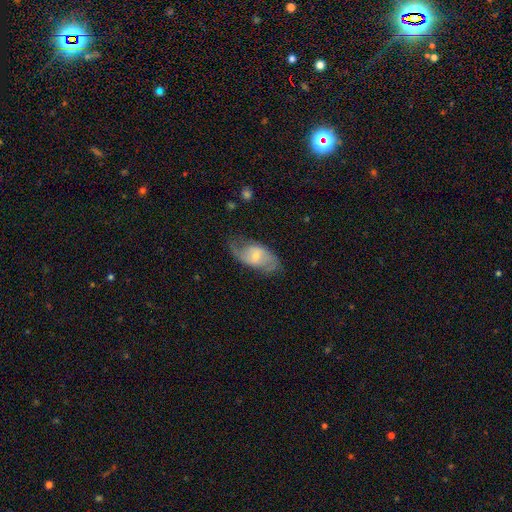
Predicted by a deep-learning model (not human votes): The model was most divided on "spiral winding": loose: 43%, medium: 42%, tight: 15%. Remaining: edge-on disk — no (95%); spiral arms — yes (88%); spiral arm count — 2 (84%); smooth or featured — featured or disk (70%); merging — none (68%); bulge size — small (52%); bar — weak (49%).